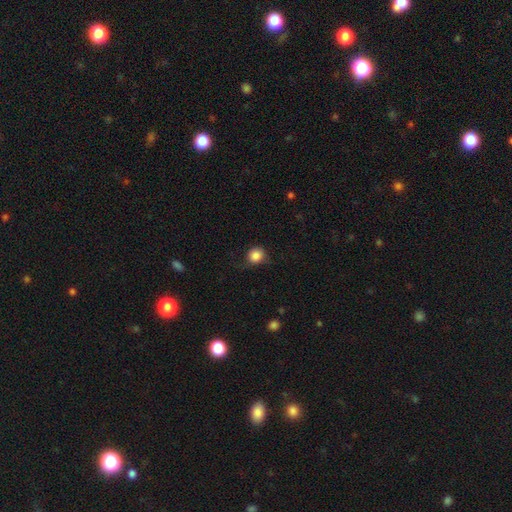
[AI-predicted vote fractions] A smooth galaxy with no disk features (85%) that is round (86%).

Vote fractions:
- Smooth or featured? smooth: 85% / star or artifact: 9% / featured or disk: 5%
- How rounded? round: 86% / in between: 14% / cigar-shaped: 1%
- Merging? none: 69% / minor disturbance: 22% / major disturbance: 7% / merger: 1%